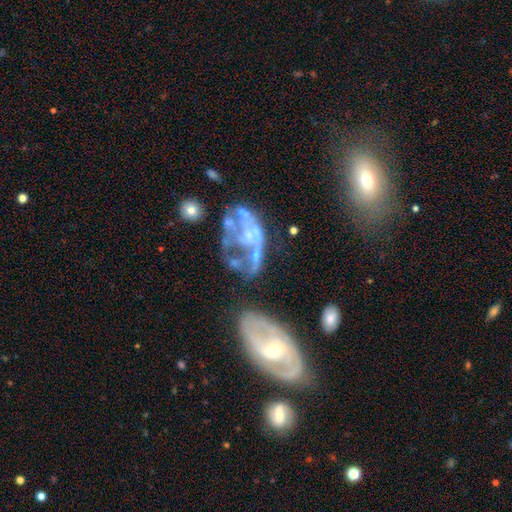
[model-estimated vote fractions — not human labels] A featured or disk galaxy (67%) with no bar (79%), no spiral arms (67%) and no central bulge (44%). Merging: major disturbance (35%).